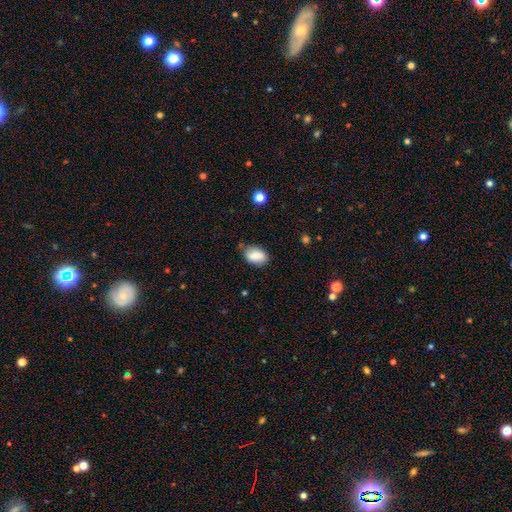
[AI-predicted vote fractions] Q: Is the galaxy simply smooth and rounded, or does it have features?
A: smooth — 85%.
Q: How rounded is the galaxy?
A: in between — 87%.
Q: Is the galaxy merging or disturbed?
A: none — 69%.